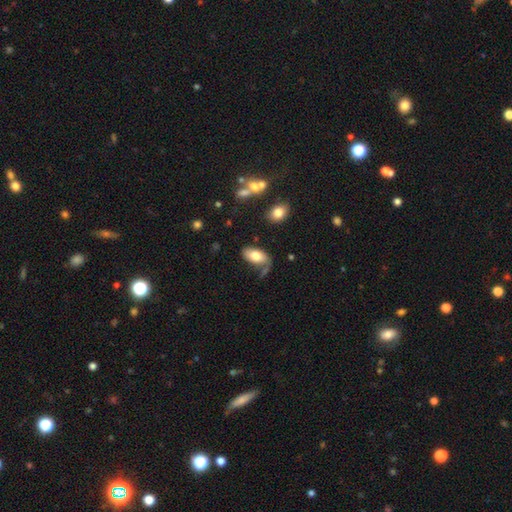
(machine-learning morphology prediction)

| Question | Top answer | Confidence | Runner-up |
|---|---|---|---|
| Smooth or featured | smooth | 73% | featured or disk (21%) |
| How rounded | in between | 94% | round (4%) |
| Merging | none | 55% | minor disturbance (23%) |